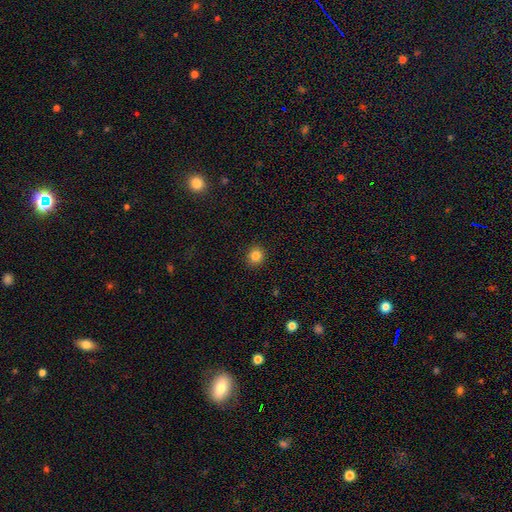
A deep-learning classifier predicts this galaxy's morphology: smooth 84%, star or artifact 11%, featured or disk 5%. Down the decision tree: how rounded — round (87%); merging — none (92%).